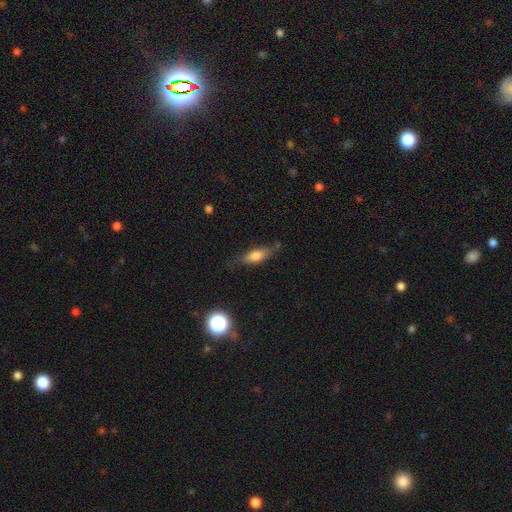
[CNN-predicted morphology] Q: Smooth or featured?
A: smooth (67%); runner-up: featured or disk (25%)
Q: How rounded?
A: in between (57%); runner-up: cigar-shaped (40%)
Q: Merging?
A: none (66%); runner-up: minor disturbance (23%)